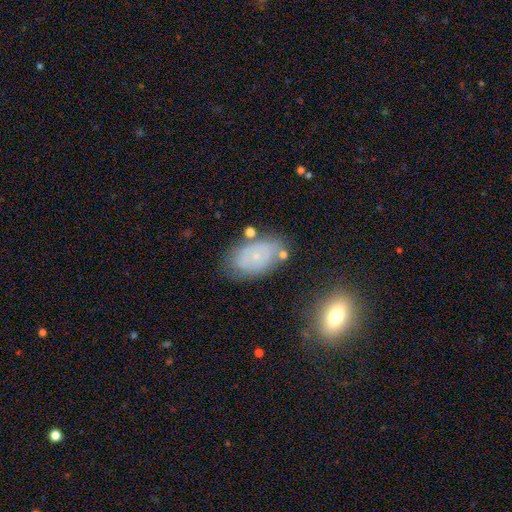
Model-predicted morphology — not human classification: Smooth or featured? featured or disk (47%)
Merging? none (68%)